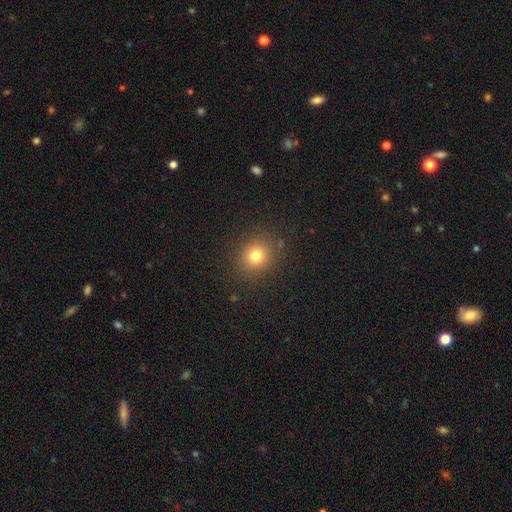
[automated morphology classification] Smooth or featured? Predicted: smooth (p=0.78). How rounded? Predicted: round (p=0.83). Merging? Predicted: none (p=0.87).